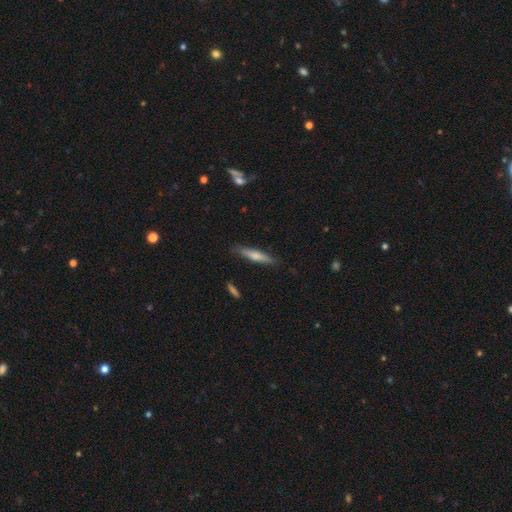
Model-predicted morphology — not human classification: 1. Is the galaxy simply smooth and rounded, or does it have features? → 62% smooth, 32% featured or disk, 6% star or artifact.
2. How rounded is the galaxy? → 87% cigar-shaped, 11% in between, 1% round.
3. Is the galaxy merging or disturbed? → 86% none, 10% minor disturbance, 2% major disturbance, 2% merger.